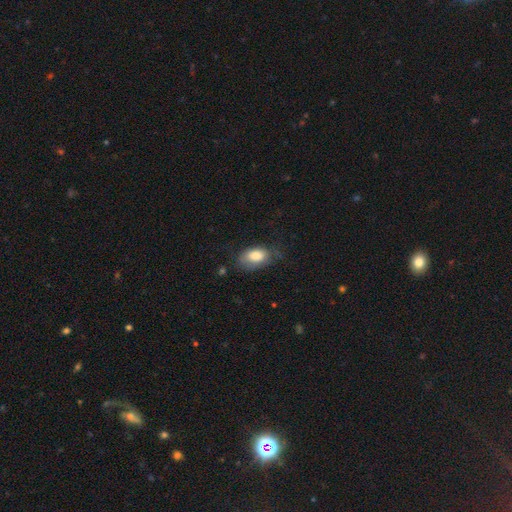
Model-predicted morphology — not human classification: smooth 81%, featured or disk 12%, star or artifact 7%. Down the decision tree: how rounded — in between (91%); merging — none (51%).